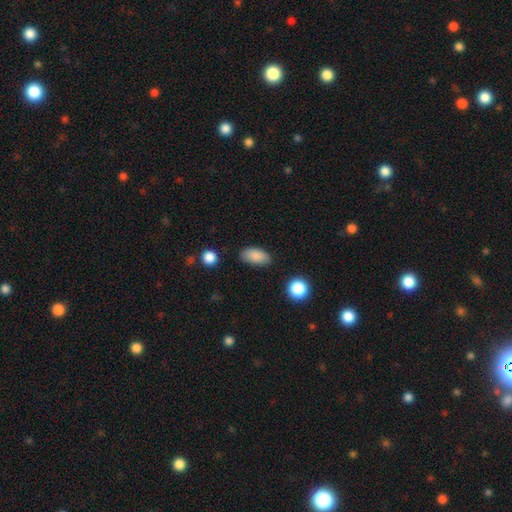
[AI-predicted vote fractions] This appears to be a smooth galaxy with no disk features (87%) that is in between round and cigar-shaped (91%). Merging: none (82%).